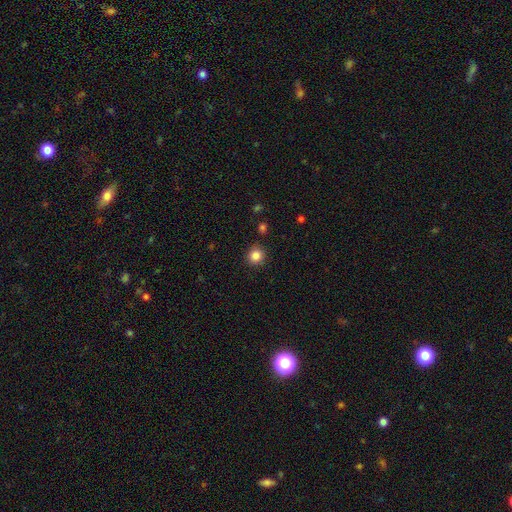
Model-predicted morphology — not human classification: smooth 85%, star or artifact 11%, featured or disk 4%. Down the decision tree: how rounded — round (90%); merging — none (88%).